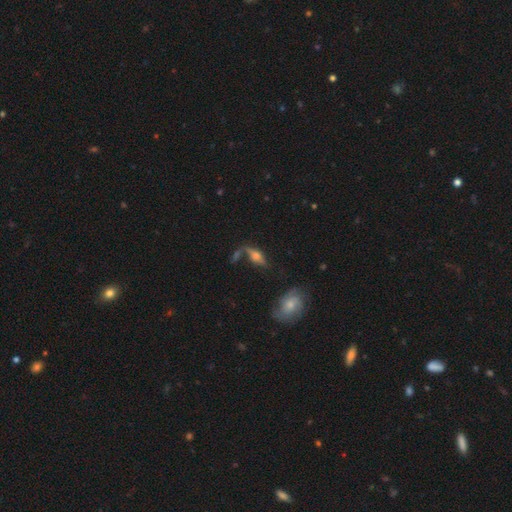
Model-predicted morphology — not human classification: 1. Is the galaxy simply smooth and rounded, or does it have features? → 46% smooth, 42% featured or disk, 13% star or artifact.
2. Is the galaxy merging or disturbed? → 43% none, 20% minor disturbance, 19% merger, 17% major disturbance.